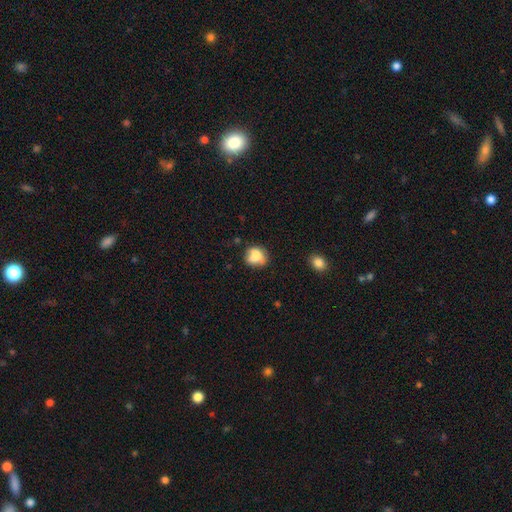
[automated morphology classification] Smooth or featured? Predicted: smooth (p=0.71). How rounded? Predicted: round (p=0.64). Merging? Predicted: none (p=0.47).